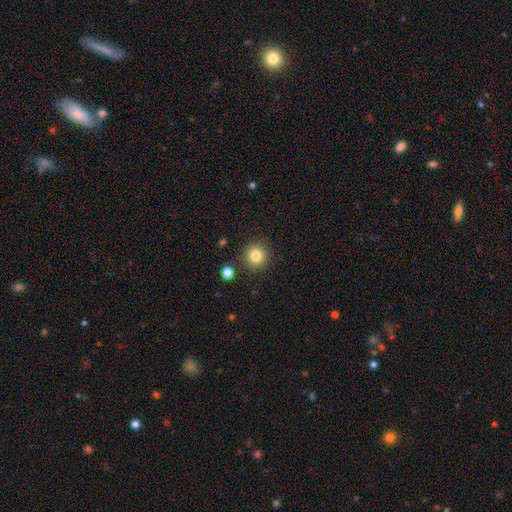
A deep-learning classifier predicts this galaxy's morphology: Overall: smooth (83%). How rounded: round (93%). Merging: none (89%).